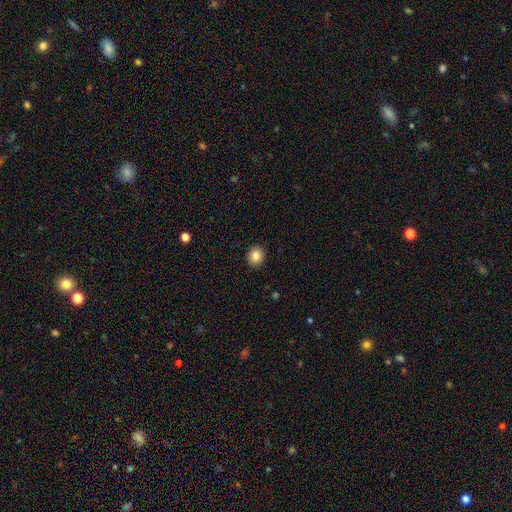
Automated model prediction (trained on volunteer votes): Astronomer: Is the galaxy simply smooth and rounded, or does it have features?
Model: smooth — 84%.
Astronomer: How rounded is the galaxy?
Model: round — 78%.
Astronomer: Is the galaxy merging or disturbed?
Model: none — 92%.